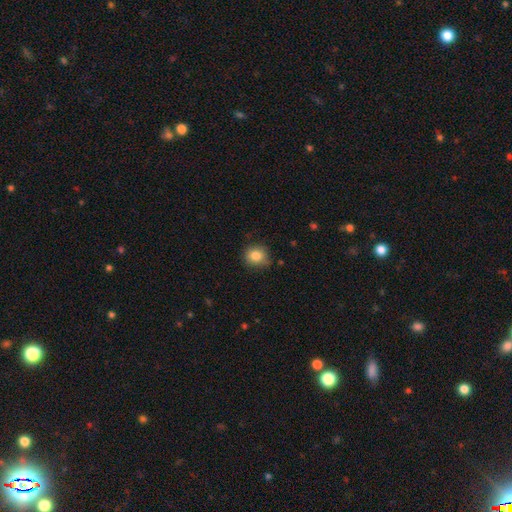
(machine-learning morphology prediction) The model was most divided on "merging": none: 81%, minor disturbance: 14%, major disturbance: 3%, merger: 2%. More confident: how rounded — round (83%); smooth or featured — smooth (83%).